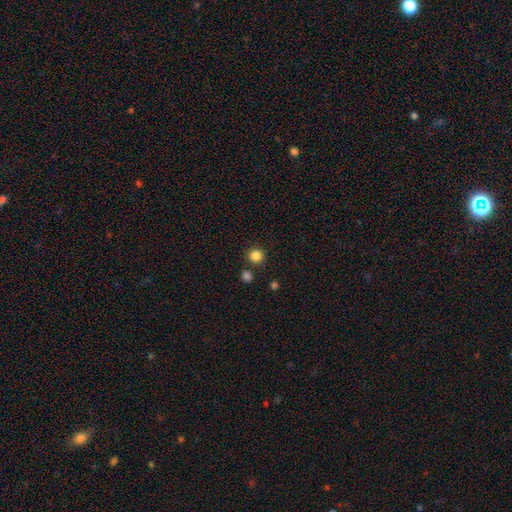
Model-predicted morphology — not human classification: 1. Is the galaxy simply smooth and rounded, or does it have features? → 84% smooth, 12% star or artifact, 3% featured or disk.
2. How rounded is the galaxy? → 95% round, 4% in between, 1% cigar-shaped.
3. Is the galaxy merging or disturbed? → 85% none, 7% merger, 6% minor disturbance, 2% major disturbance.